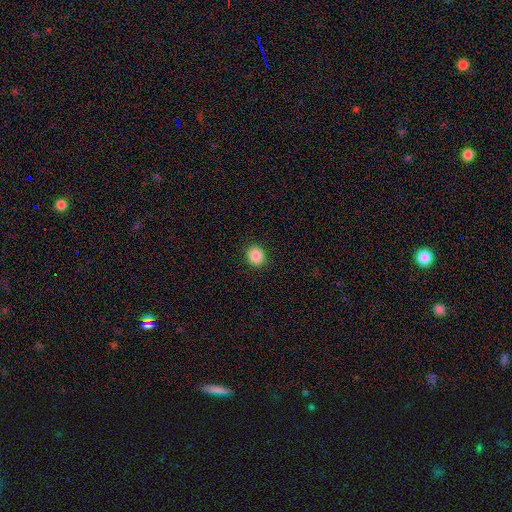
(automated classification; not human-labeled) The model was most divided on "how rounded": round: 80%, in between: 19%, cigar-shaped: 1%. More confident: merging — none (91%); smooth or featured — smooth (87%).